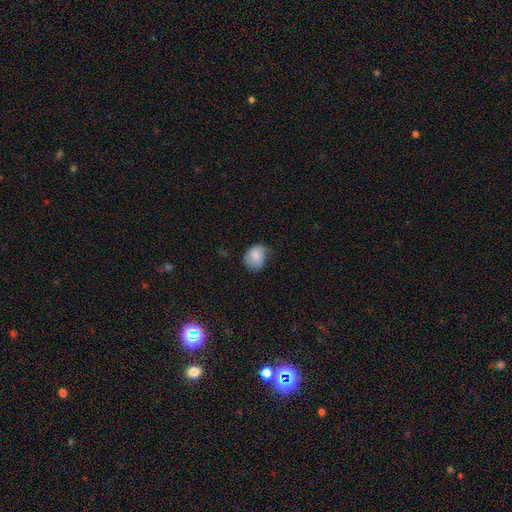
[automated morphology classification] smooth 82%, featured or disk 10%, star or artifact 8%. Down the decision tree: how rounded — in between (52%); merging — none (48%).